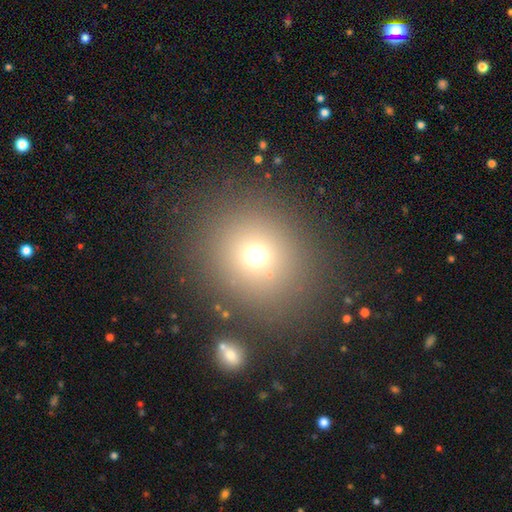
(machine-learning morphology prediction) This appears to be a smooth galaxy with no disk features (68%) that is round (84%). Merging: none (81%).